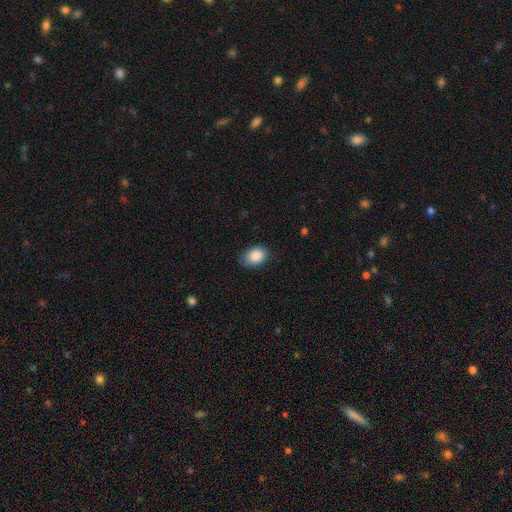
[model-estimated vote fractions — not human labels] smooth_or_featured: smooth (p=0.88) [alt: star or artifact p=0.07]
how_rounded: in between (p=0.77) [alt: round p=0.22]
merging: none (p=0.79) [alt: minor disturbance p=0.17]